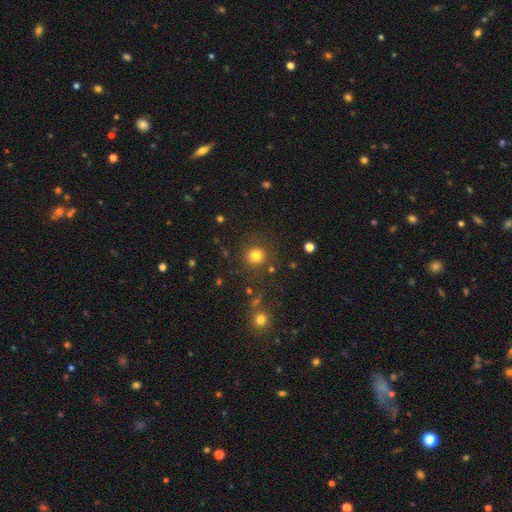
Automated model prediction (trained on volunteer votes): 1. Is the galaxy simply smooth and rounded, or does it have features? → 80% smooth, 14% star or artifact, 6% featured or disk.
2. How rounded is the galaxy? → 93% round, 6% in between, 1% cigar-shaped.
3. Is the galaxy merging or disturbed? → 85% none, 7% minor disturbance, 4% merger, 4% major disturbance.